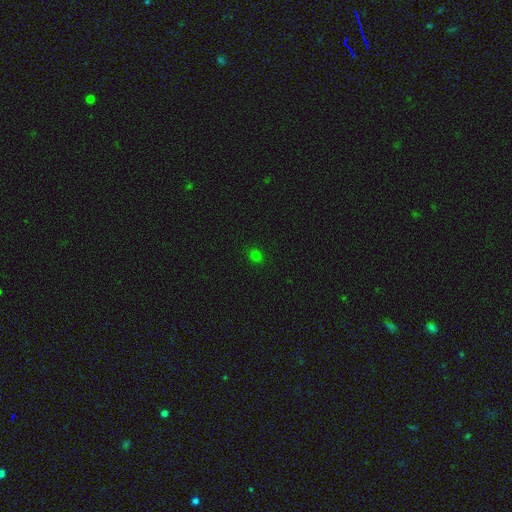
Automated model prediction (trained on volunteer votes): smooth-or-featured: smooth: 75% | star or artifact: 21% | featured or disk: 4%
  how-rounded: round: 74% | in between: 25% | cigar-shaped: 1%
  merging: none: 89% | minor disturbance: 7% | major disturbance: 2% | merger: 1%